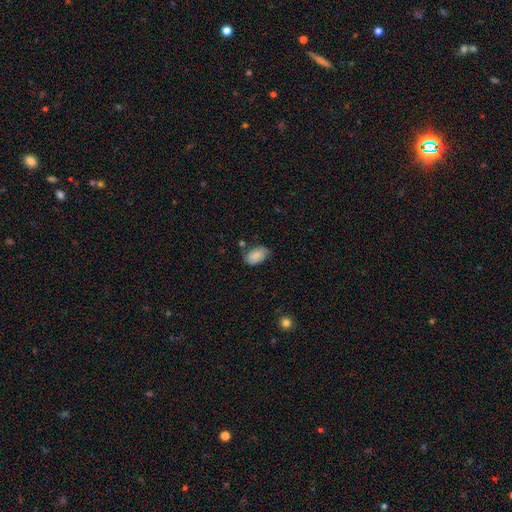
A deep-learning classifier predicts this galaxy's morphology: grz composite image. It shows a smooth galaxy with no disk features (76%) that is in between round and cigar-shaped (91%). Merging: none (58%).